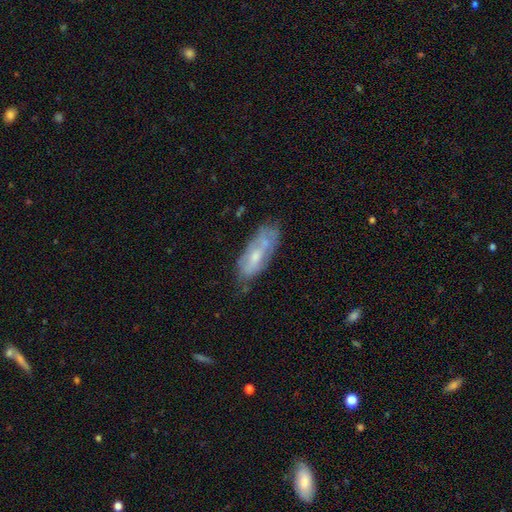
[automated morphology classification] Smooth or featured? Predicted: featured or disk (p=0.53). Edge-on disk? Predicted: no (p=0.84). Merging? Predicted: none (p=0.55).